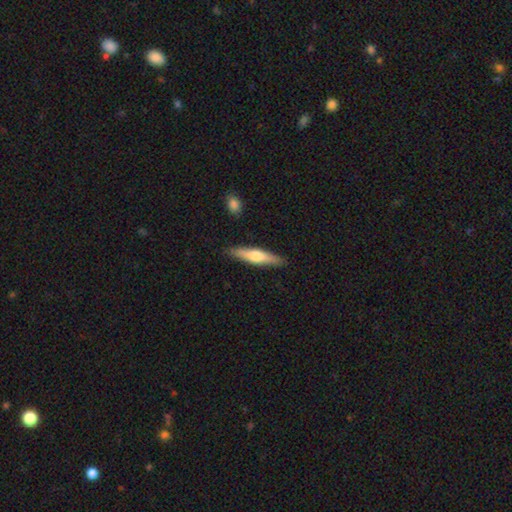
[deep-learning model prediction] Smooth or featured: smooth — 53% (featured or disk — 41%)
How rounded: cigar-shaped — 85% (in between — 14%)
Merging: none — 88% (minor disturbance — 9%)